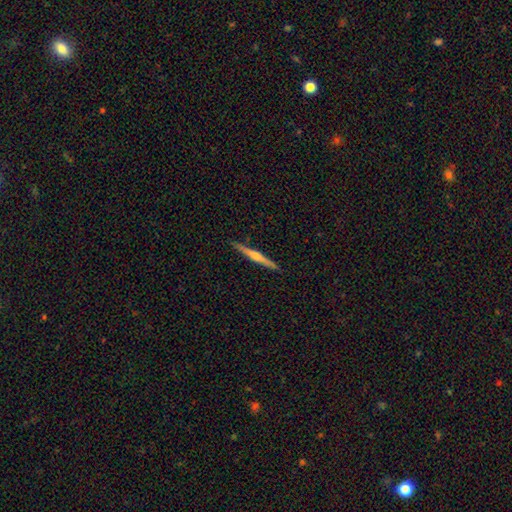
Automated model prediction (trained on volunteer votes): This appears to be a featured or disk galaxy (73%) viewed edge-on (98%) with a rounded central bulge (75%). Merging: none (92%).